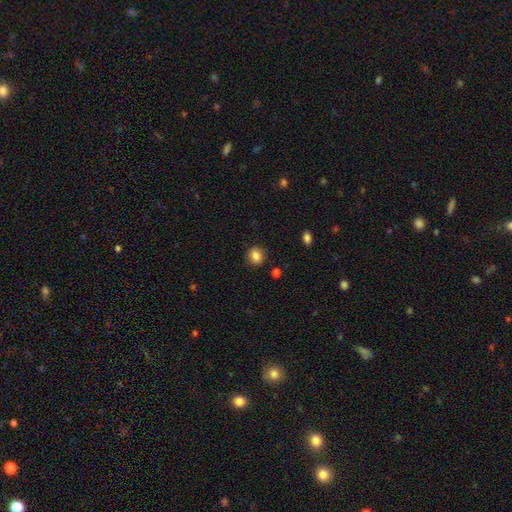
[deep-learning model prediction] Smooth or featured: smooth — 85% (star or artifact — 10%)
How rounded: round — 69% (in between — 30%)
Merging: none — 87% (minor disturbance — 8%)